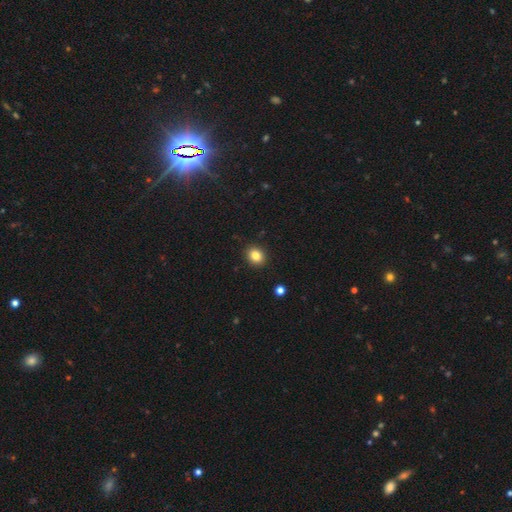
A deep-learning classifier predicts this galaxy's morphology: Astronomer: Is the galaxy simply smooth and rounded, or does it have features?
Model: smooth — 83%.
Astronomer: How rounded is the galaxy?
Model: round — 65%.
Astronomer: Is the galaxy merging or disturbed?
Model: none — 90%.